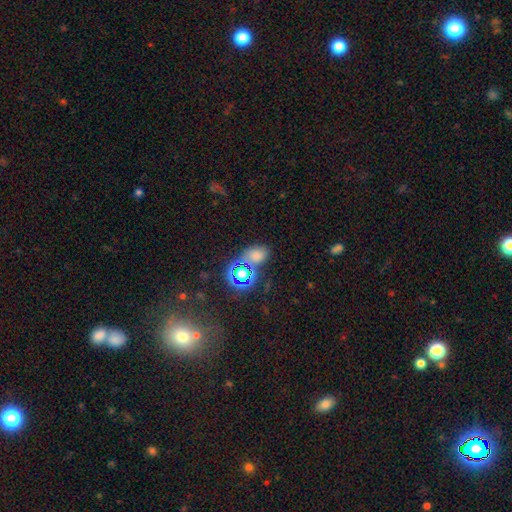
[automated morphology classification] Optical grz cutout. It shows a smooth galaxy with no disk features (63%) that is in between round and cigar-shaped (68%). Merging: none (65%).